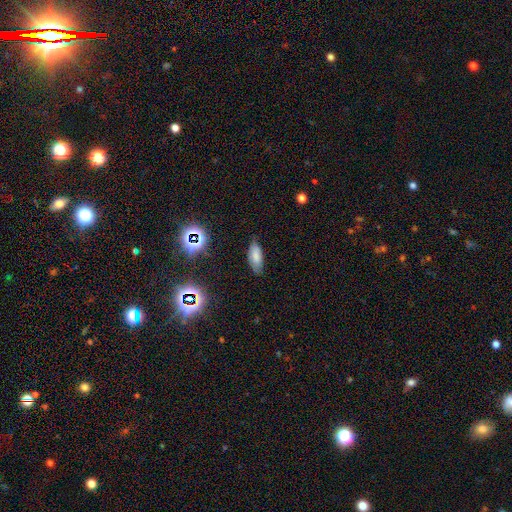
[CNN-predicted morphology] smooth-or-featured: smooth: 76% | star or artifact: 13% | featured or disk: 11%
  how-rounded: in between: 82% | cigar-shaped: 16% | round: 2%
  merging: none: 78% | minor disturbance: 17% | major disturbance: 3% | merger: 1%